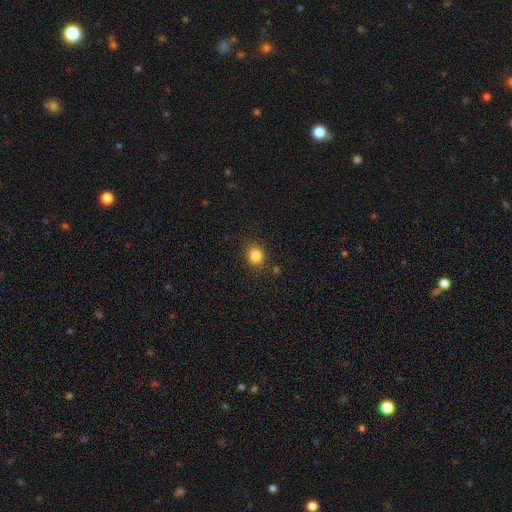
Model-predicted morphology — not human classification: Smooth or featured? Predicted: smooth (p=0.84). How rounded? Predicted: round (p=0.72). Merging? Predicted: none (p=0.85).